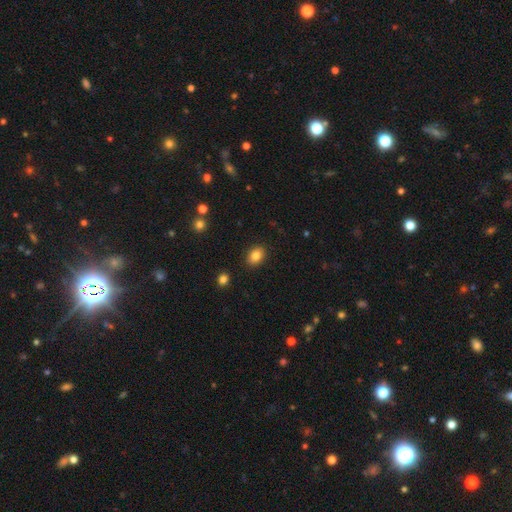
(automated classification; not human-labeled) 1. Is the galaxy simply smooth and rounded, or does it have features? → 85% smooth, 9% star or artifact, 6% featured or disk.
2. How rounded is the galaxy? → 70% in between, 29% round, 1% cigar-shaped.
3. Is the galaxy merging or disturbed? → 89% none, 8% minor disturbance, 2% major disturbance, 1% merger.